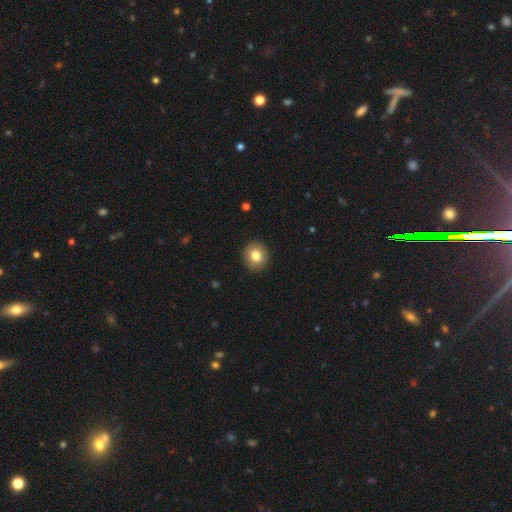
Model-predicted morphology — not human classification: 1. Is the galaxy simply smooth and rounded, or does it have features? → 81% smooth, 10% featured or disk, 9% star or artifact.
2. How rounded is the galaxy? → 90% round, 9% in between, 1% cigar-shaped.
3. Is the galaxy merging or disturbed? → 93% none, 5% minor disturbance, 2% major disturbance, 1% merger.